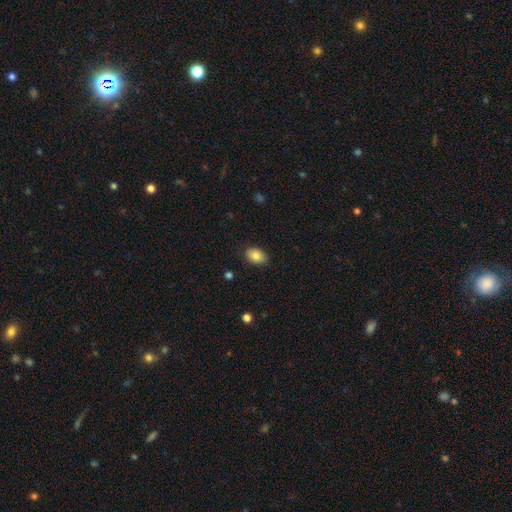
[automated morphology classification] smooth-or-featured: smooth: 84% | featured or disk: 9% | star or artifact: 8%
  how-rounded: in between: 83% | round: 16% | cigar-shaped: 1%
  merging: none: 85% | minor disturbance: 11% | major disturbance: 2% | merger: 1%